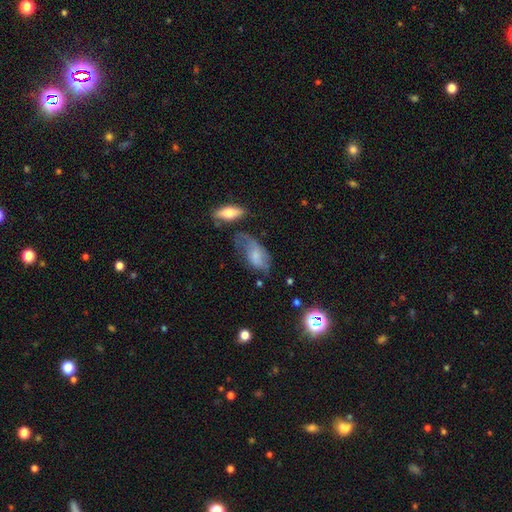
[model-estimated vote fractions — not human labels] This is likely a smooth galaxy (60%). How rounded: clearly in between (91%). Merging: marginally minor disturbance (33%).